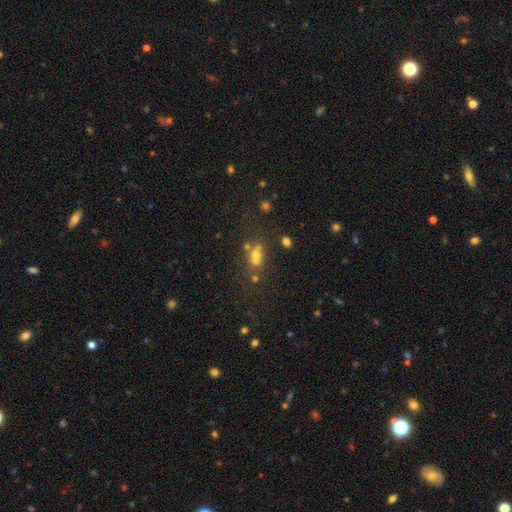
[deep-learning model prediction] A smooth galaxy with no disk features (51%) that is round (56%).

Vote fractions:
- Smooth or featured? smooth: 51% / star or artifact: 28% / featured or disk: 21%
- How rounded? round: 56% / in between: 40% / cigar-shaped: 4%
- Merging? none: 42% / merger: 41% / minor disturbance: 10% / major disturbance: 6%